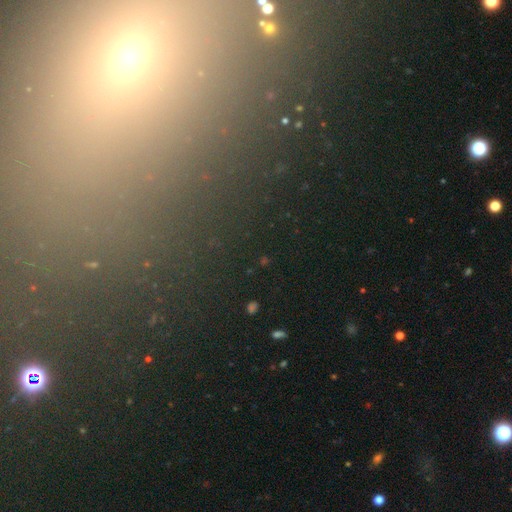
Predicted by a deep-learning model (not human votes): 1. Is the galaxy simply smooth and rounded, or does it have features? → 64% star or artifact, 22% smooth, 15% featured or disk.